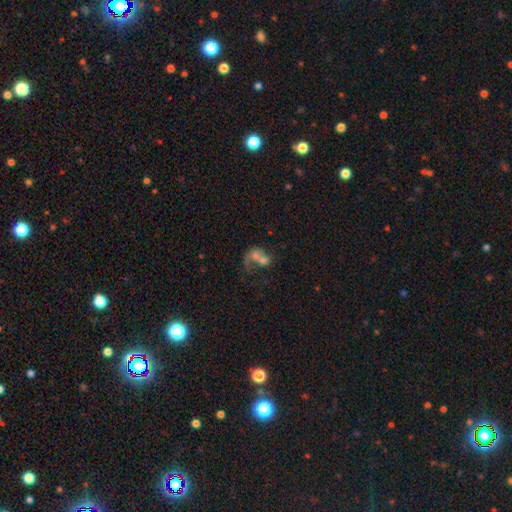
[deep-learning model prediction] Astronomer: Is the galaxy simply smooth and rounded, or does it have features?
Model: featured or disk — 47% (runner-up: smooth, 38%).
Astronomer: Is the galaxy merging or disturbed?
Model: merger — 62%.